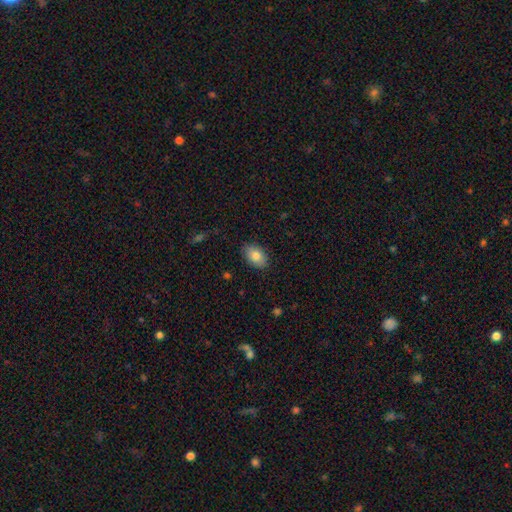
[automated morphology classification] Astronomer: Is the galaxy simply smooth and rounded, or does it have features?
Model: smooth — 82%.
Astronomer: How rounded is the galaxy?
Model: in between — 89%.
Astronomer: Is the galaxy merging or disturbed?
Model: none — 86%.